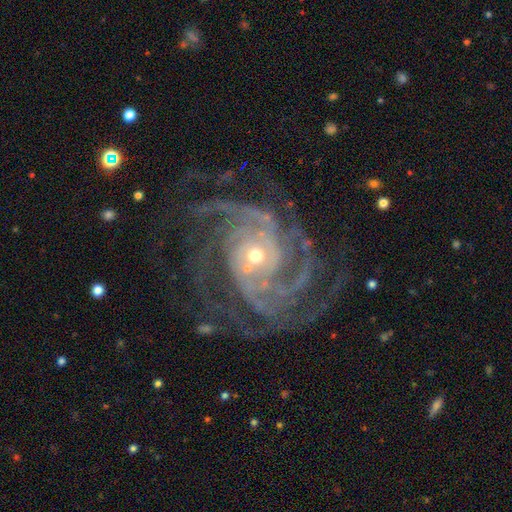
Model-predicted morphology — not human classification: Smooth or featured? featured or disk (91%)
Edge-on disk? no (98%)
Bar? no (74%)
Spiral arms? yes (98%)
Spiral winding? tight (53%)
Spiral arm count? 3 (24%)
Bulge size? small (54%)
Merging? none (65%)